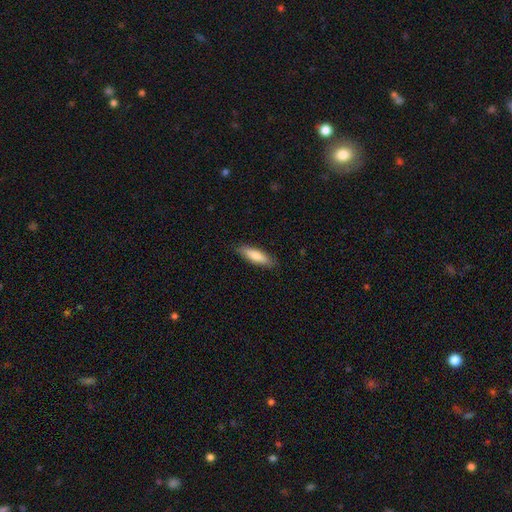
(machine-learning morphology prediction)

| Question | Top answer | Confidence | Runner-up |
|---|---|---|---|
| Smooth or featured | smooth | 79% | featured or disk (16%) |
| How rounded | cigar-shaped | 59% | in between (40%) |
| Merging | none | 86% | minor disturbance (11%) |